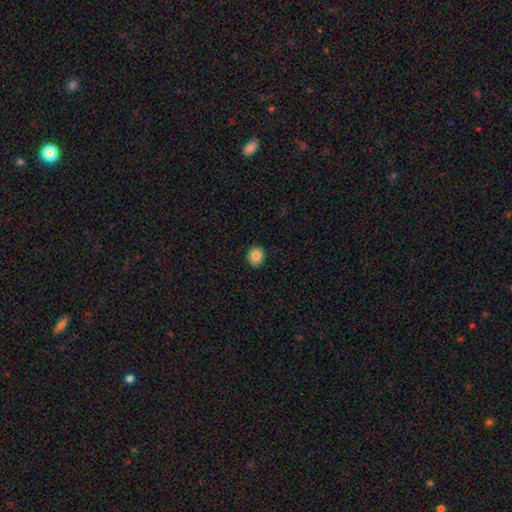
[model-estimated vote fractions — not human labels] Q: Smooth or featured?
A: smooth (84%); runner-up: star or artifact (9%)
Q: How rounded?
A: round (73%); runner-up: in between (26%)
Q: Merging?
A: none (89%); runner-up: minor disturbance (8%)